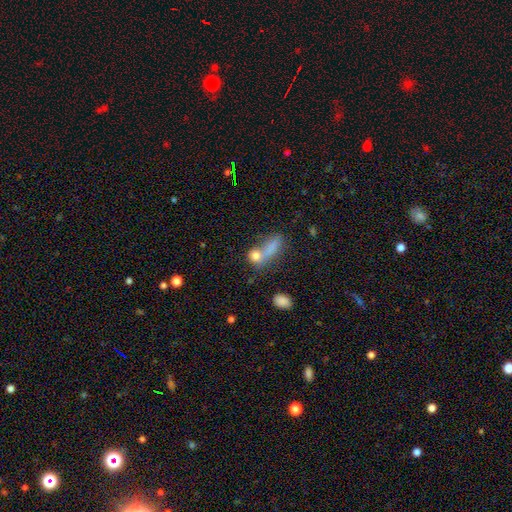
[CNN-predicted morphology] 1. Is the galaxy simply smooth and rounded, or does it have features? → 75% smooth, 14% featured or disk, 11% star or artifact.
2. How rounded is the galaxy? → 53% round, 37% in between, 10% cigar-shaped.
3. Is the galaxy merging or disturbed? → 47% merger, 30% none, 13% major disturbance, 10% minor disturbance.